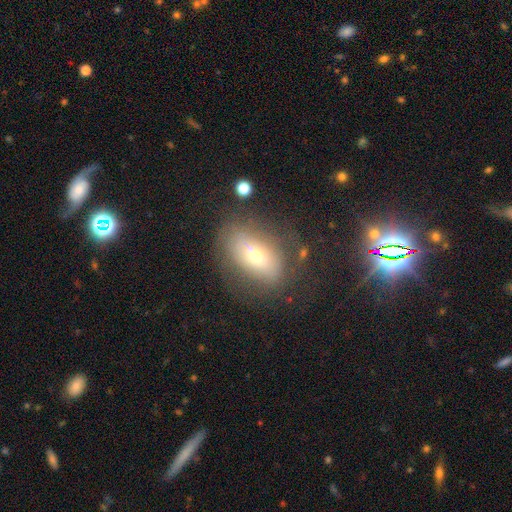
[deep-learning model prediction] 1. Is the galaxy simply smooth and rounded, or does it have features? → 56% smooth, 32% featured or disk, 12% star or artifact.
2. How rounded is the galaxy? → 81% in between, 15% round, 4% cigar-shaped.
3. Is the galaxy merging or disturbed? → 70% none, 17% minor disturbance, 11% major disturbance, 3% merger.